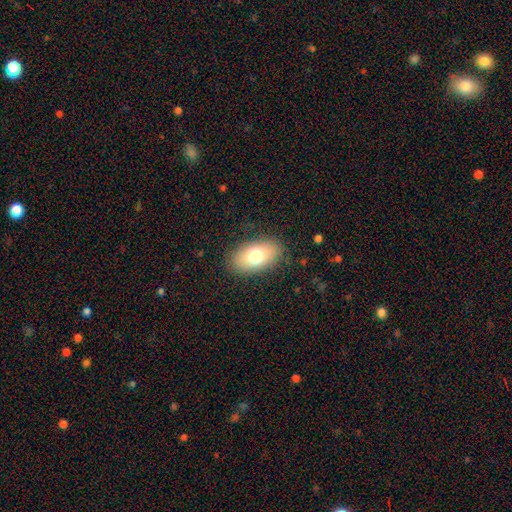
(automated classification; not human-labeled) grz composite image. It shows a smooth galaxy with no disk features (73%) that is in between round and cigar-shaped (91%). Merging: none (84%).